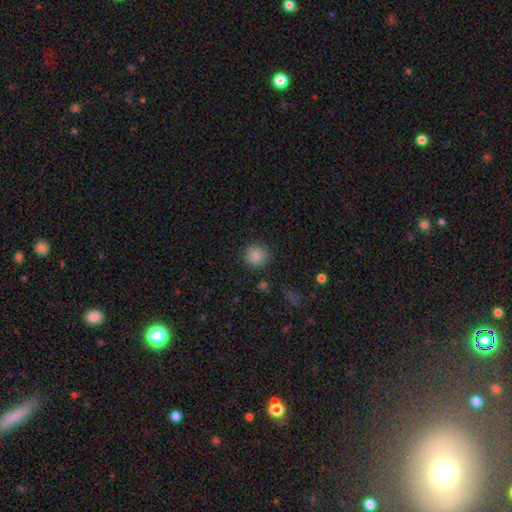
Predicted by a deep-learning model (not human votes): smooth_or_featured: smooth (p=0.86) [alt: star or artifact p=0.10]
how_rounded: round (p=0.93) [alt: in between p=0.06]
merging: none (p=0.89) [alt: minor disturbance p=0.07]